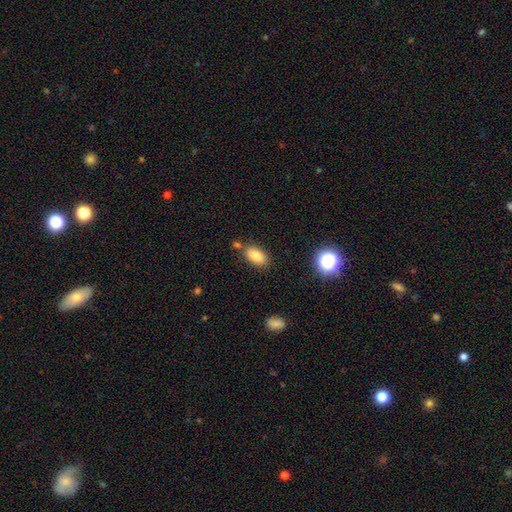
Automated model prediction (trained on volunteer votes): Smooth or featured: smooth — 84% (star or artifact — 10%)
How rounded: in between — 92% (round — 5%)
Merging: none — 72% (minor disturbance — 14%)